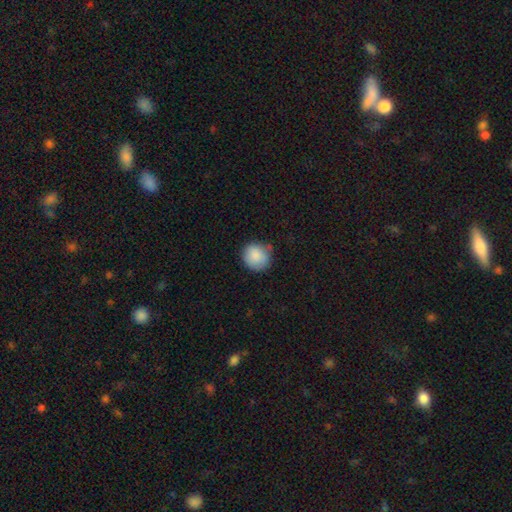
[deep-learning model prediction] Smooth or featured?
  - smooth: 87% *
  - star or artifact: 7%
  - featured or disk: 5%
How rounded?
  - round: 88% *
  - in between: 12%
  - cigar-shaped: 1%
Merging?
  - none: 76% *
  - minor disturbance: 18%
  - major disturbance: 4%
  - merger: 2%